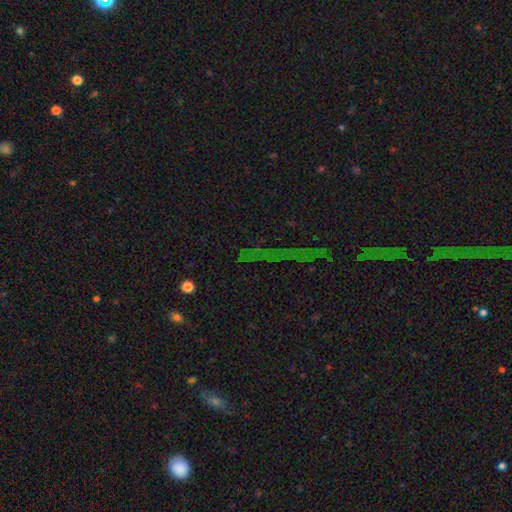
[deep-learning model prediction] star or artifact 76%, smooth 14%, featured or disk 10%.